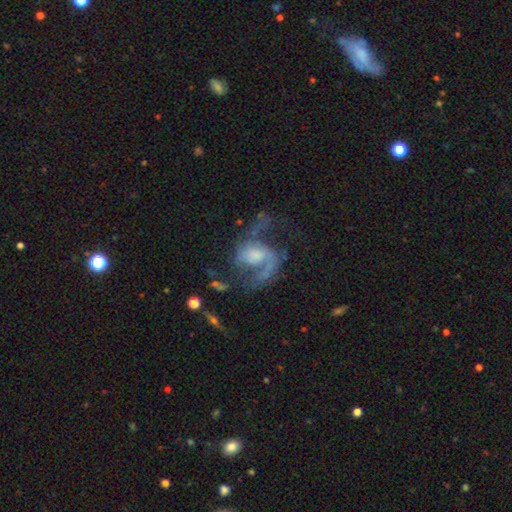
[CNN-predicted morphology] This is likely a featured or disk galaxy (79%). It is clearly not viewed edge-on (97%). Bar: possibly no (57%). Spiral arm pattern: clearly yes (89%). Spiral arm count: likely 2 (64%). Spiral winding: possibly loose (47%). Central bulge: marginally moderate (34%). Merging: marginally none (38%, tied with major disturbance).